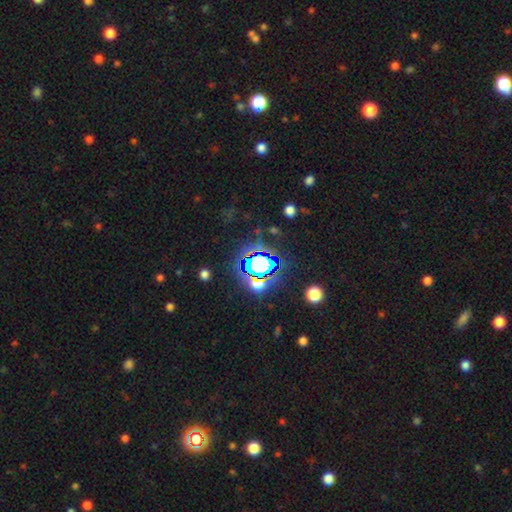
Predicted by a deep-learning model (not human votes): Smooth or featured? star or artifact (80%)